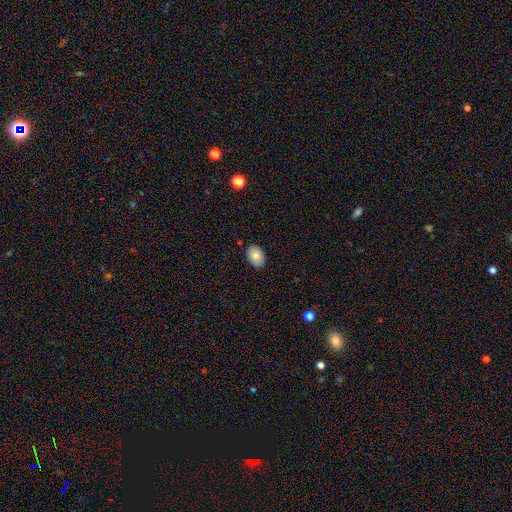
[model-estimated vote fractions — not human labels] This appears to be a smooth galaxy with no disk features (83%) that is in between round and cigar-shaped (83%). Merging: none (87%).